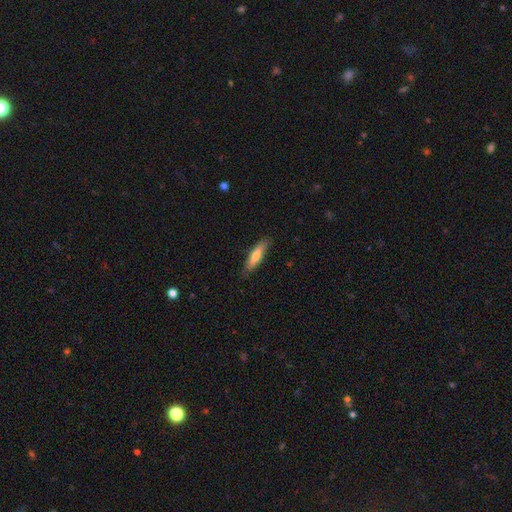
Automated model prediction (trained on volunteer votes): Smooth or featured? smooth (68%)
How rounded? cigar-shaped (71%)
Merging? none (84%)